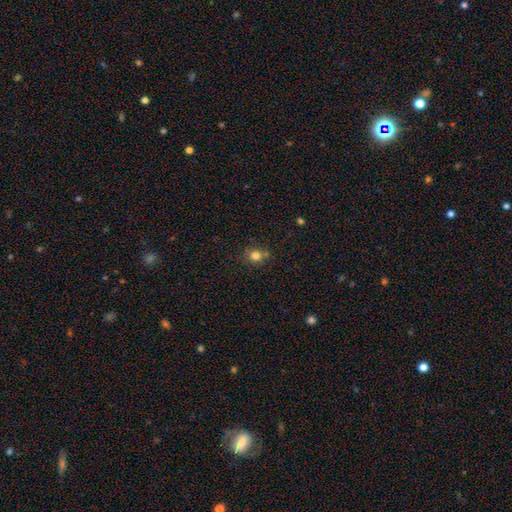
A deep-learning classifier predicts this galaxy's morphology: smooth_or_featured: smooth (p=0.80) [alt: star or artifact p=0.14]
how_rounded: round (p=0.80) [alt: in between p=0.19]
merging: none (p=0.72) [alt: minor disturbance p=0.14]